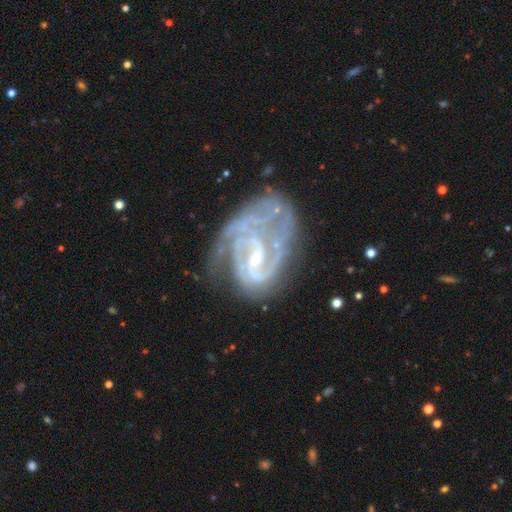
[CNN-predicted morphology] A featured or disk galaxy (86%) with a weak bar (51%), 2 (41%) tight (45%) spiral arms (91%) and a small central bulge (50%).

Vote fractions:
- Smooth or featured? featured or disk: 86% / star or artifact: 7% / smooth: 7%
- Edge-on disk? no: 98% / yes: 2%
- Bar? weak: 51% / no: 27% / strong: 22%
- Spiral arms? yes: 91% / no: 9%
- Spiral winding? tight: 45% / medium: 40% / loose: 15%
- Spiral arm count? 2: 41% / can't tell: 25% / 3: 13% / 1: 11% / 4: 5% / more than 4: 4%
- Bulge size? small: 50% / moderate: 26% / none: 21% / large: 2% / dominant: 1%
- Merging? none: 44% / major disturbance: 29% / minor disturbance: 23% / merger: 4%